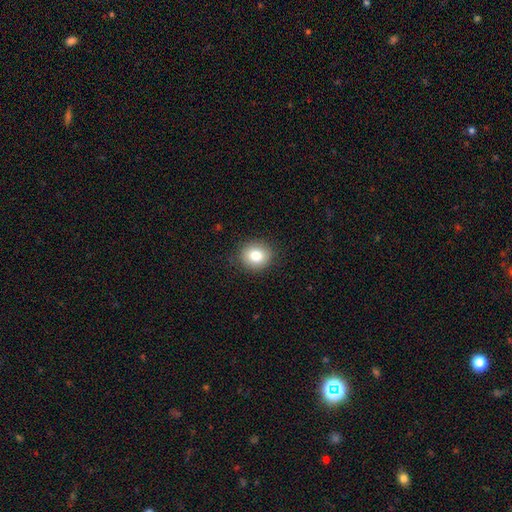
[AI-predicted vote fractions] A smooth galaxy with no disk features (81%) that is round (80%). Merging: none (89%).